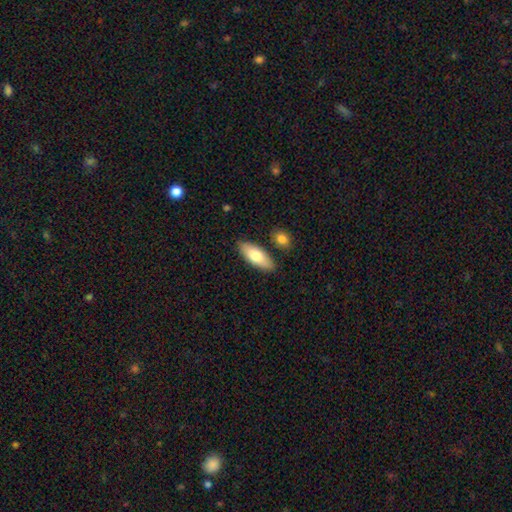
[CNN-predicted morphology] Overall: smooth (73%). How rounded: in between (77%). Merging: none (83%).